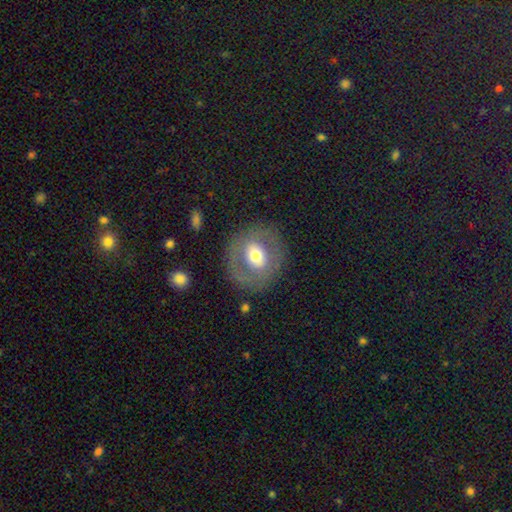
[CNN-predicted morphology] Smooth or featured: smooth — 46% (tied with featured or disk — 46%)
Merging: none — 80% (minor disturbance — 11%)